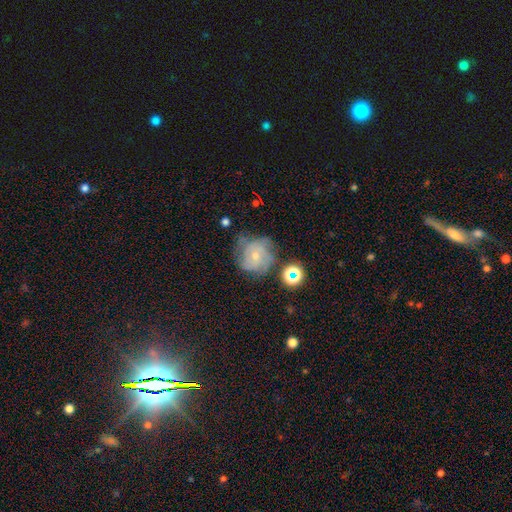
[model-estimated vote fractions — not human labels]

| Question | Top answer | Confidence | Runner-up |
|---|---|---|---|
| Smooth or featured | featured or disk | 58% | smooth (29%) |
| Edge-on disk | no | 98% | yes (2%) |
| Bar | no | 78% | weak (18%) |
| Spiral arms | yes | 83% | no (17%) |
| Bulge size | small | 66% | moderate (28%) |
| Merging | none | 51% | minor disturbance (28%) |